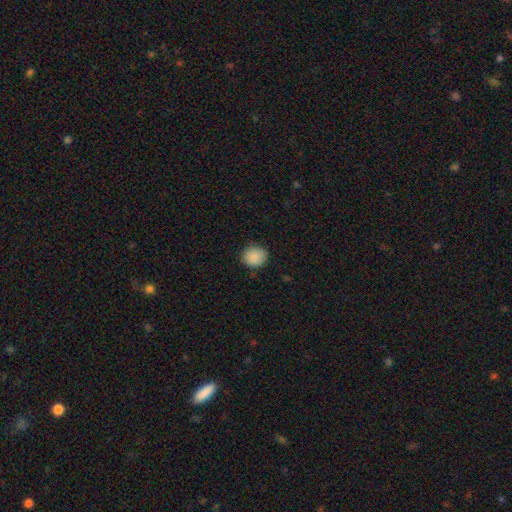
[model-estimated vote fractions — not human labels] Smooth or featured? Predicted: smooth (p=0.89). How rounded? Predicted: round (p=0.85). Merging? Predicted: none (p=0.87).